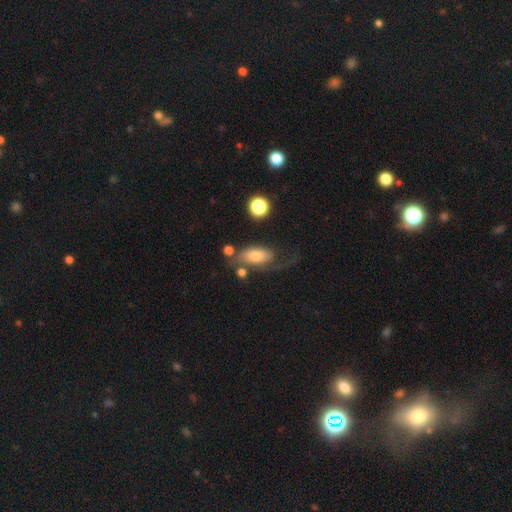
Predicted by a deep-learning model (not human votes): Morphology: type=smooth (52%); roundness=in between (87%); merging=none (38%).